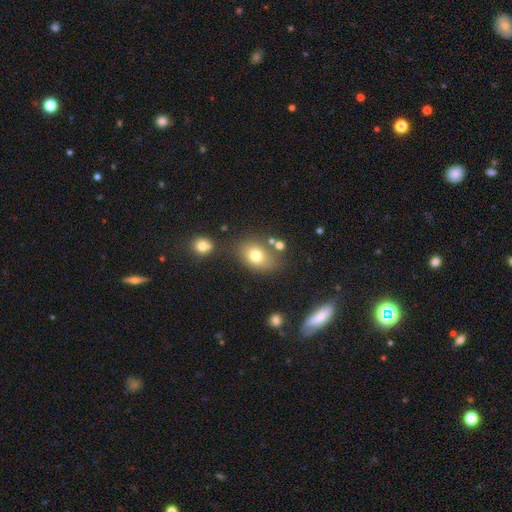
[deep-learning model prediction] smooth_or_featured: smooth (p=0.75) [alt: featured or disk p=0.13]
how_rounded: in between (p=0.67) [alt: round p=0.32]
merging: none (p=0.67) [alt: minor disturbance p=0.16]